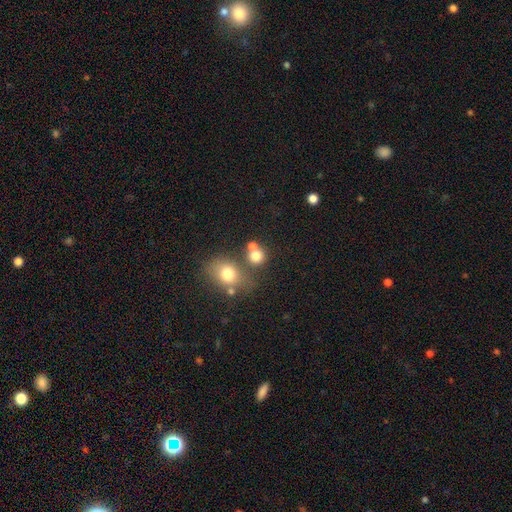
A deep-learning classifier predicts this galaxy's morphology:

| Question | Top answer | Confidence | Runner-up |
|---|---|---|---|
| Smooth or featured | smooth | 75% | star or artifact (14%) |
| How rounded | round | 80% | in between (19%) |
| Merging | none | 52% | merger (33%) |